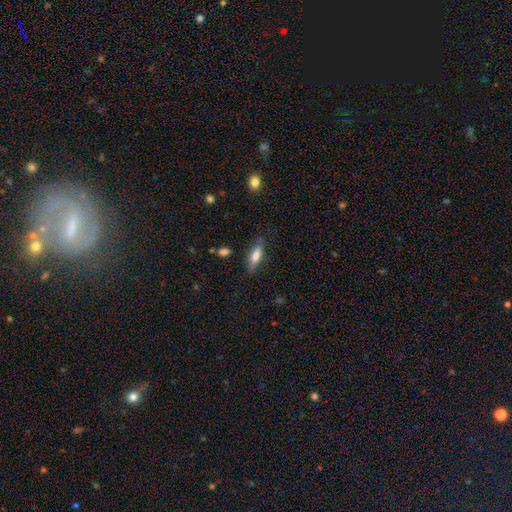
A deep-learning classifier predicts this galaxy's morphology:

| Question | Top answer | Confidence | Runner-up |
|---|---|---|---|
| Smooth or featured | smooth | 74% | featured or disk (18%) |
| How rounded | in between | 56% | cigar-shaped (42%) |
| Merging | none | 73% | minor disturbance (19%) |